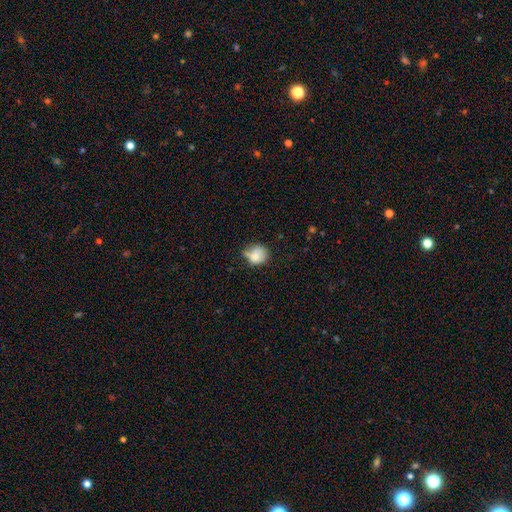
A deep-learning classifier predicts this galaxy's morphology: type=smooth (78%); roundness=round (75%); merging=none (44%).